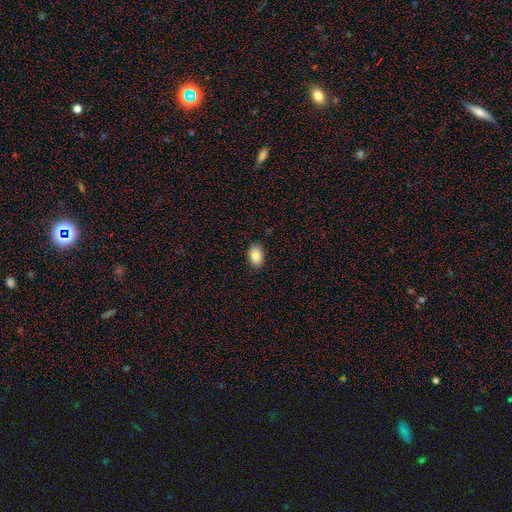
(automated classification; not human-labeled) Overall: smooth (87%). How rounded: in between (85%). Merging: none (89%).